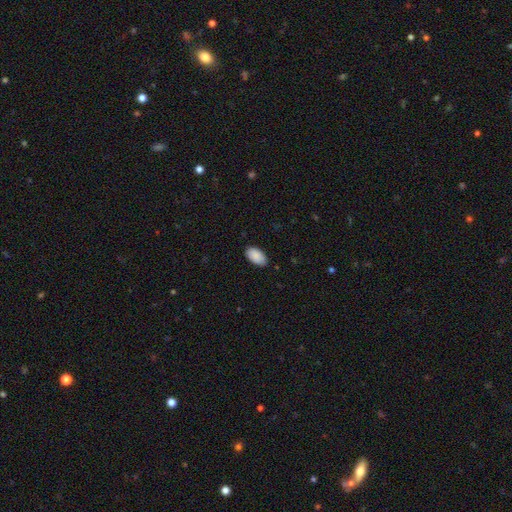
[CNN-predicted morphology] Q: Smooth or featured?
A: smooth (90%); runner-up: star or artifact (6%)
Q: How rounded?
A: in between (95%); runner-up: round (3%)
Q: Merging?
A: none (86%); runner-up: minor disturbance (11%)